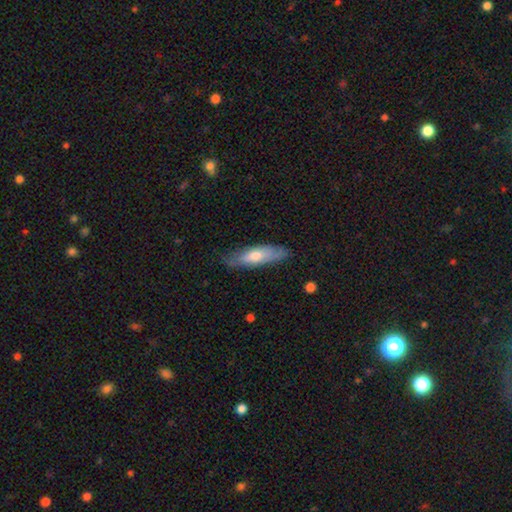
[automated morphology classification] Q: Smooth or featured?
A: smooth (56%); runner-up: featured or disk (38%)
Q: How rounded?
A: cigar-shaped (65%); runner-up: in between (33%)
Q: Merging?
A: none (78%); runner-up: minor disturbance (18%)